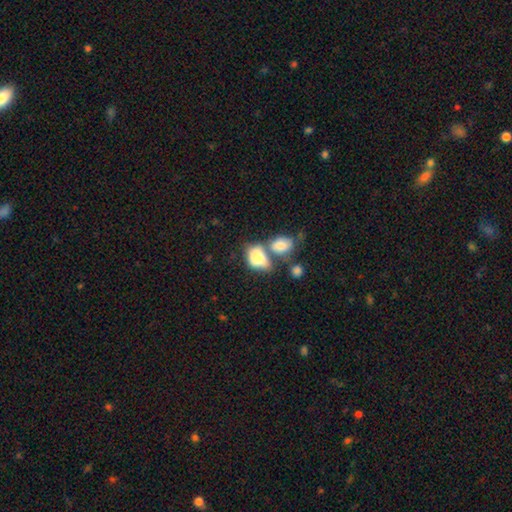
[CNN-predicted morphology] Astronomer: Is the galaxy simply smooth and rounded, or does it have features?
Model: smooth — 78%.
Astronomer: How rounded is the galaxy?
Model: in between — 82%.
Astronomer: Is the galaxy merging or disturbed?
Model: merger — 58%.